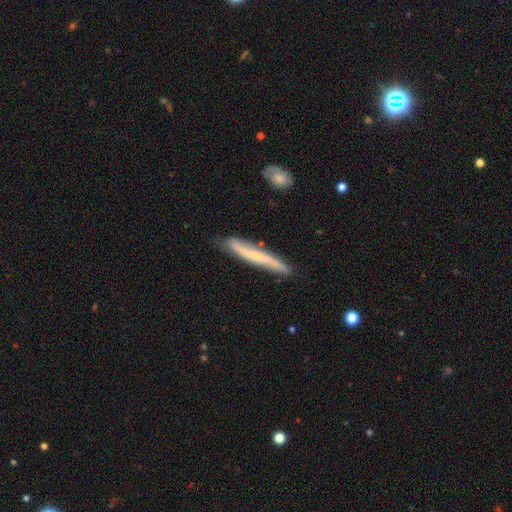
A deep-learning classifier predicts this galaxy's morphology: smooth-or-featured: featured or disk: 60% | smooth: 34% | star or artifact: 6%
  disk-edge-on: yes: 75% | no: 25%
  merging: none: 80% | minor disturbance: 15% | major disturbance: 3% | merger: 2%